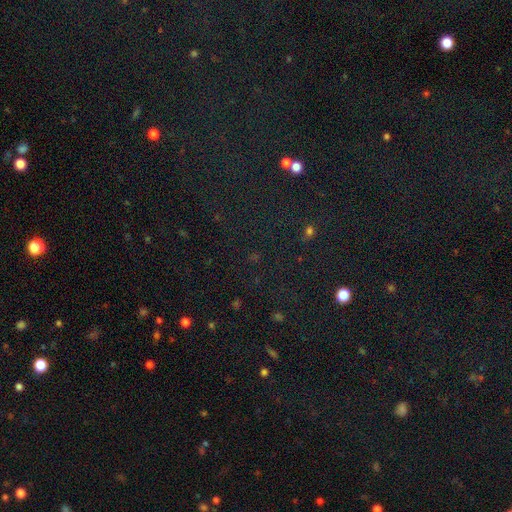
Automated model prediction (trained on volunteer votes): A star or artifact, not a galaxy (76%).